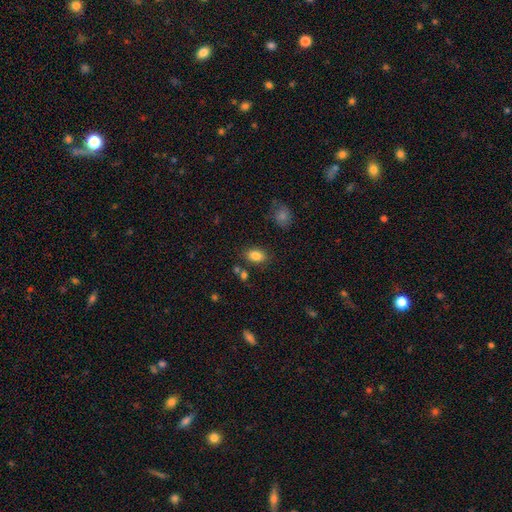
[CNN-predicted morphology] Overall: smooth (84%). How rounded: in between (84%). Merging: none (79%).